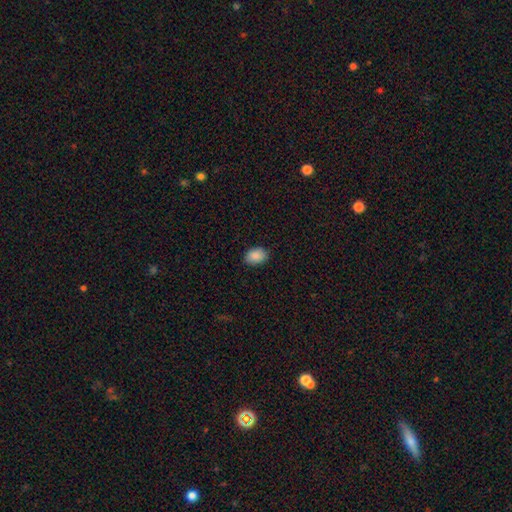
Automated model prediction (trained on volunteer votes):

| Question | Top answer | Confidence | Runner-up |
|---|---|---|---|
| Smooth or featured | smooth | 89% | star or artifact (7%) |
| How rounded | in between | 79% | round (20%) |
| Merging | none | 86% | minor disturbance (11%) |